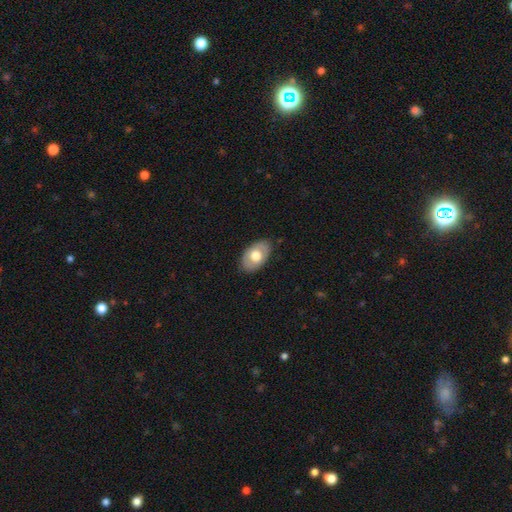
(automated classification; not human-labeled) Smooth or featured: smooth — 63% (featured or disk — 31%)
How rounded: in between — 90% (round — 9%)
Merging: none — 83% (minor disturbance — 14%)